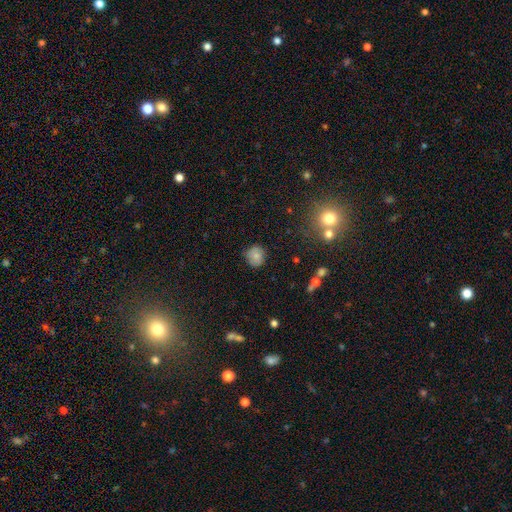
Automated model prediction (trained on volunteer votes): Morphology: type=smooth (72%); roundness=round (83%); merging=none (76%).